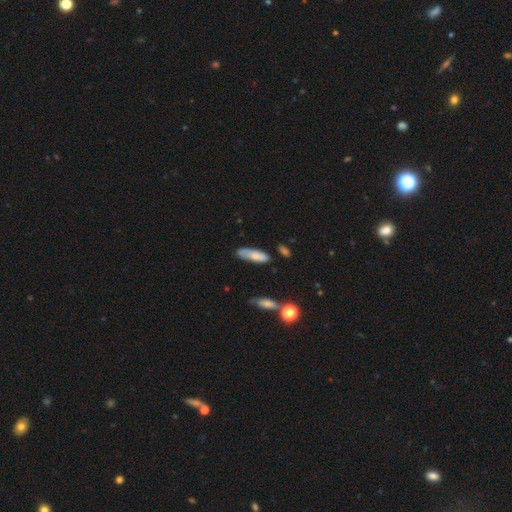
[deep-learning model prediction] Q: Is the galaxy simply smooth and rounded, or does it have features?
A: smooth — 68%.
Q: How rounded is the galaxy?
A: in between — 55%.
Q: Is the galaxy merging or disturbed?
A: none — 65%.